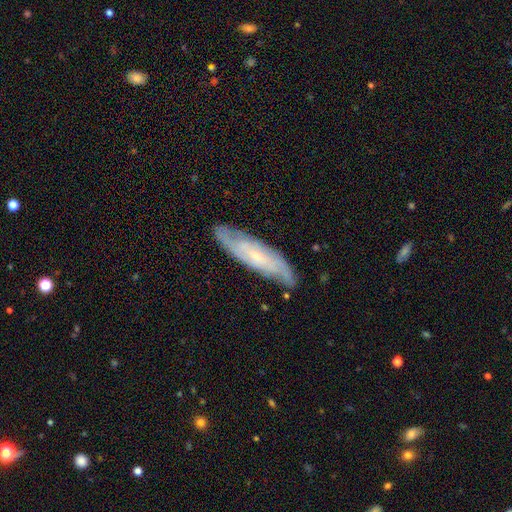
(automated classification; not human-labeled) This is likely a featured or disk galaxy (72%). It is likely not viewed edge-on (73%). Bar: possibly no (57%). Spiral arm pattern: clearly yes (91%). Central bulge: likely small (71%). Merging: clearly none (80%).